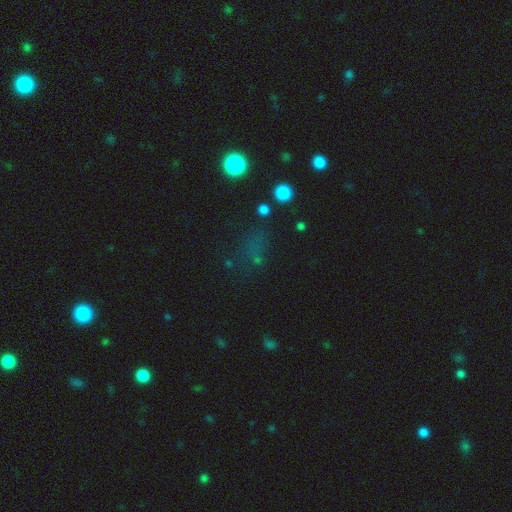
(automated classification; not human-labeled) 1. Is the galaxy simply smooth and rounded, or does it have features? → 47% star or artifact, 40% smooth, 13% featured or disk.